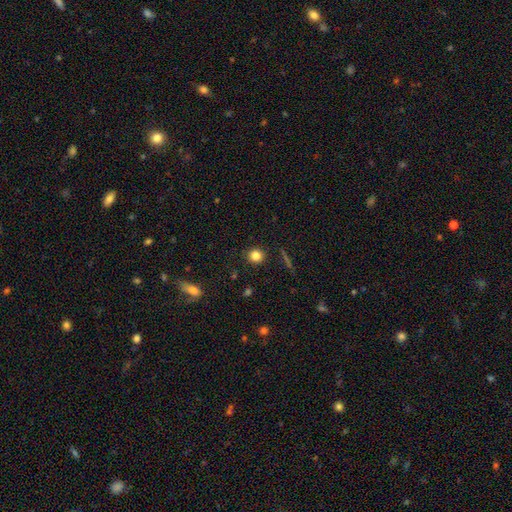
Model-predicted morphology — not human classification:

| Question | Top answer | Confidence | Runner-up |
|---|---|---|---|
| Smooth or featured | smooth | 82% | star or artifact (11%) |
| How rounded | round | 89% | in between (9%) |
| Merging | none | 90% | minor disturbance (7%) |